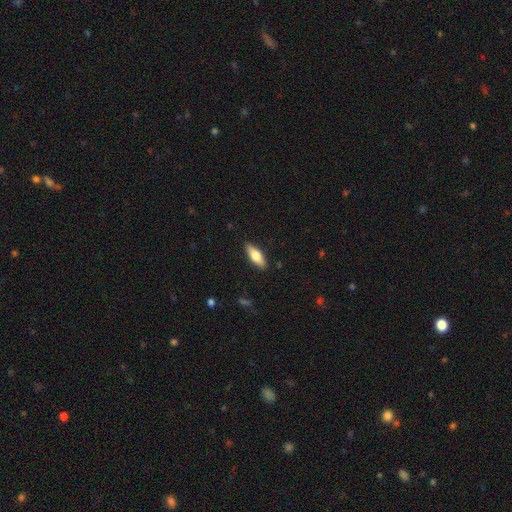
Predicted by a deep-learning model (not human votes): Smooth or featured: smooth — 67% (featured or disk — 27%)
How rounded: in between — 64% (cigar-shaped — 34%)
Merging: none — 89% (minor disturbance — 8%)